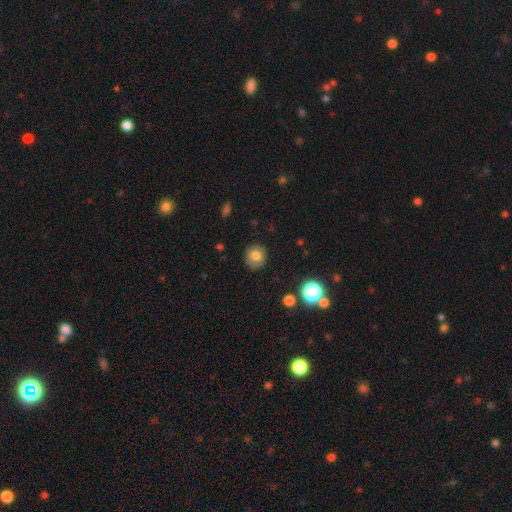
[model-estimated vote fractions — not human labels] A smooth galaxy with no disk features (75%) that is round (87%). Merging: none (87%).